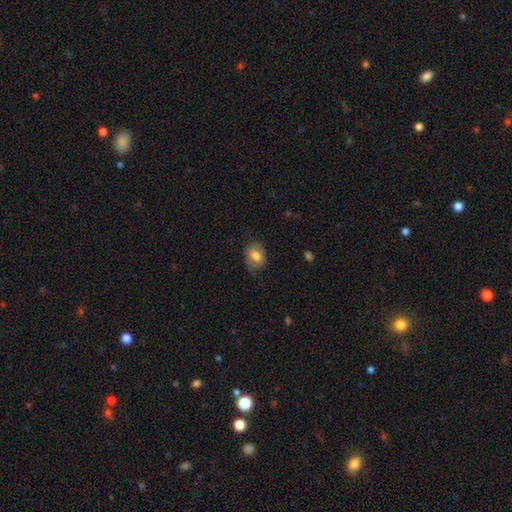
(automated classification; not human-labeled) smooth_or_featured: smooth (p=0.75) [alt: featured or disk p=0.17]
how_rounded: in between (p=0.71) [alt: round p=0.27]
merging: none (p=0.73) [alt: minor disturbance p=0.20]